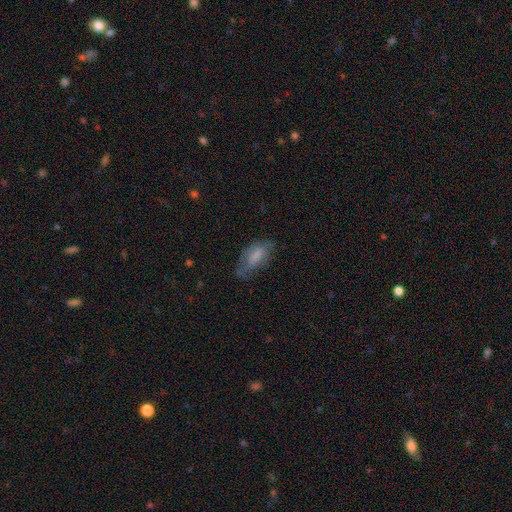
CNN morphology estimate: Smooth or featured? Predicted: smooth (p=0.67). How rounded? Predicted: in between (p=0.83). Merging? Predicted: none (p=0.53).